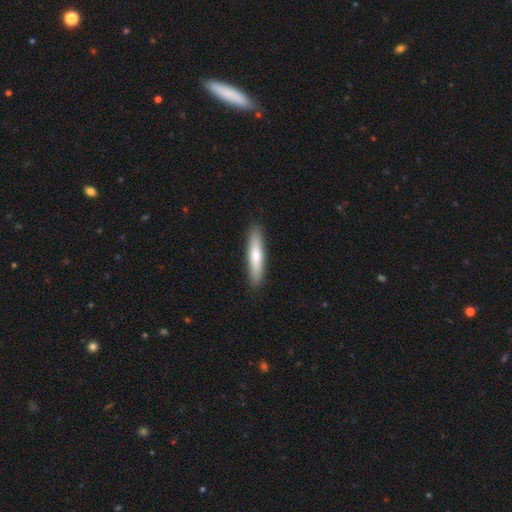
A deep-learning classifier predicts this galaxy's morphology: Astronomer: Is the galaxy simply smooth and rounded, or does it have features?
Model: smooth — 67%.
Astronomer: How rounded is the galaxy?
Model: cigar-shaped — 85%.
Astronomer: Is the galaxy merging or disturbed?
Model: none — 90%.